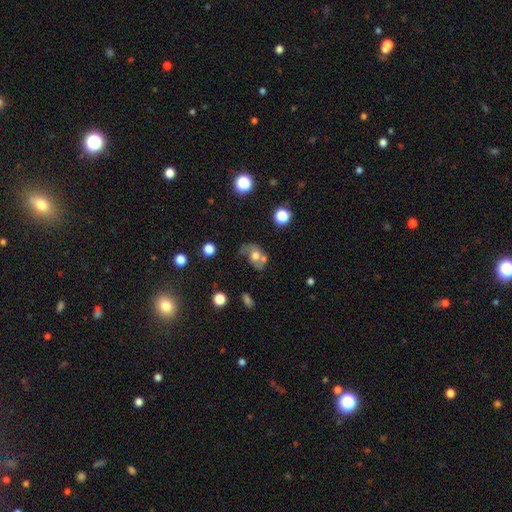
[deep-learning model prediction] smooth_or_featured: smooth (p=0.50) [alt: featured or disk p=0.37]
how_rounded: in between (p=0.57) [alt: round p=0.41]
merging: merger (p=0.32) [alt: none p=0.27]